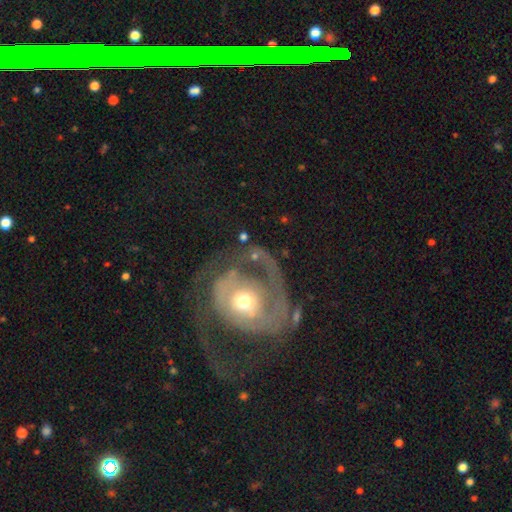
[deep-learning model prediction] Morphology: type=featured or disk (78%); edge-on=no (97%); bar=no (74%); spiral arms=yes (81%); winding=tight (45%); arm count=1 (36%); bulge=moderate (58%); merging=major disturbance (40%).